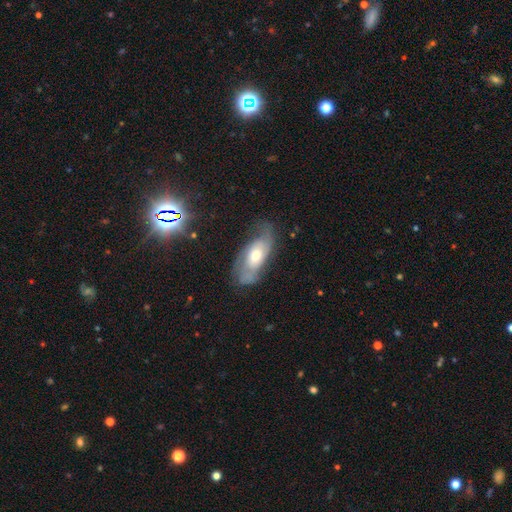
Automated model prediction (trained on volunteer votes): Smooth or featured: featured or disk — 66% (smooth — 27%)
Edge-on disk: no — 90% (yes — 10%)
Bar: no — 73% (weak — 21%)
Spiral arms: yes — 81% (no — 19%)
Bulge size: moderate — 66% (small — 22%)
Merging: none — 54% (minor disturbance — 27%)